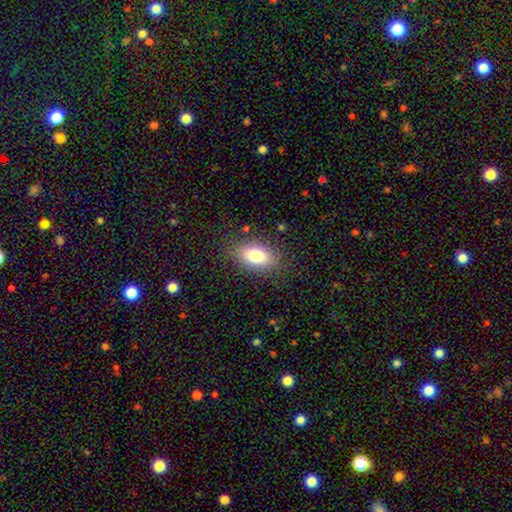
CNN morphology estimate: smooth 78%, featured or disk 13%, star or artifact 9%. Down the decision tree: how rounded — in between (88%); merging — none (82%).